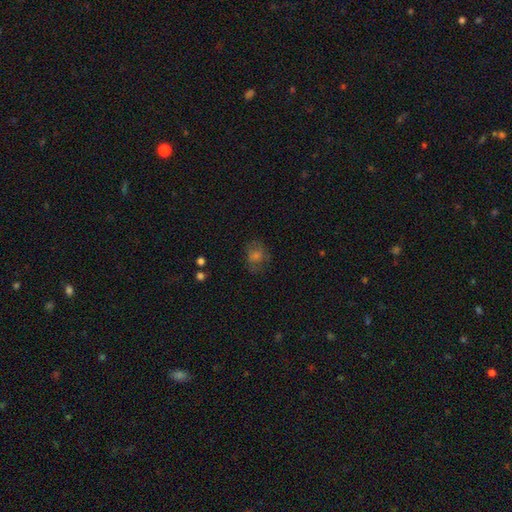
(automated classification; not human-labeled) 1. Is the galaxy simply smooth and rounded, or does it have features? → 54% smooth, 23% featured or disk, 22% star or artifact.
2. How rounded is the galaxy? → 56% round, 42% in between, 1% cigar-shaped.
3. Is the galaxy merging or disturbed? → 72% none, 18% minor disturbance, 9% major disturbance, 2% merger.